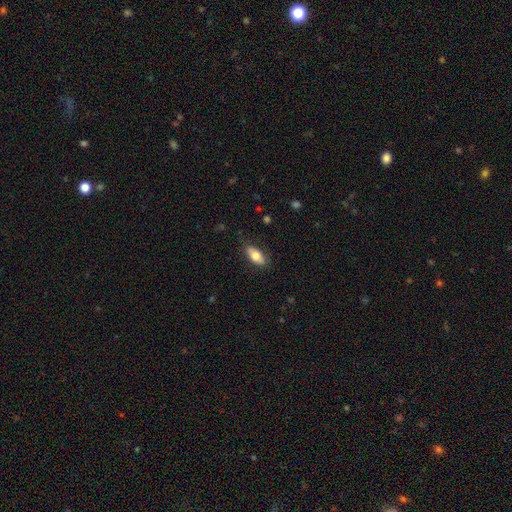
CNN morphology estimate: A smooth galaxy with no disk features (75%) that is in between round and cigar-shaped (85%).

Vote fractions:
- Smooth or featured? smooth: 75% / featured or disk: 19% / star or artifact: 6%
- How rounded? in between: 85% / cigar-shaped: 12% / round: 3%
- Merging? none: 82% / minor disturbance: 14% / major disturbance: 3% / merger: 1%